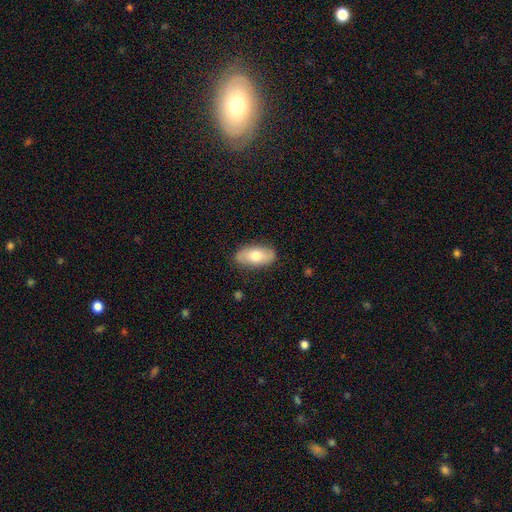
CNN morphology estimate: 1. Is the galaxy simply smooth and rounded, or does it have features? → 67% smooth, 27% featured or disk, 6% star or artifact.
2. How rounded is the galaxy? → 92% in between, 5% cigar-shaped, 4% round.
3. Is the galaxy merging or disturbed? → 84% none, 12% minor disturbance, 2% major disturbance, 1% merger.